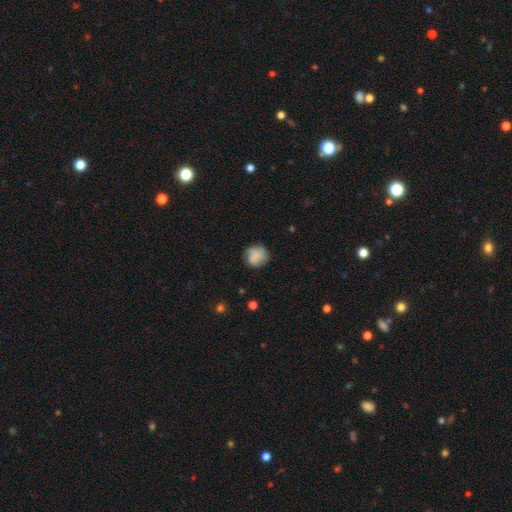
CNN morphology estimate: smooth-or-featured: smooth: 72% | featured or disk: 19% | star or artifact: 9%
  how-rounded: round: 80% | in between: 19% | cigar-shaped: 1%
  merging: none: 68% | minor disturbance: 22% | major disturbance: 8% | merger: 2%